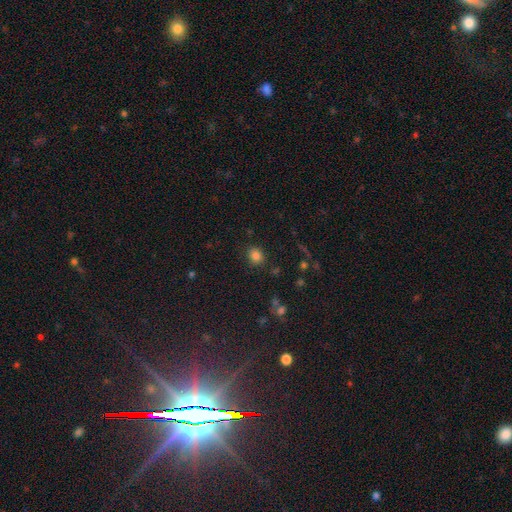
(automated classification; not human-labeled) Smooth or featured? smooth (82%)
How rounded? round (71%)
Merging? none (86%)